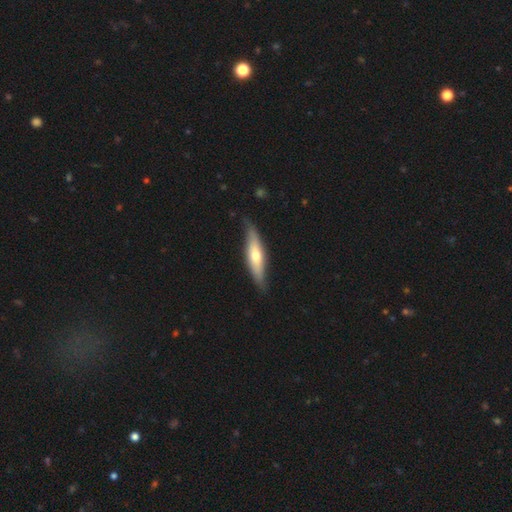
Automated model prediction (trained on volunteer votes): Smooth or featured?
  - featured or disk: 48% *
  - smooth: 47%
  - star or artifact: 5%
Merging?
  - none: 78% *
  - minor disturbance: 17%
  - major disturbance: 3%
  - merger: 1%